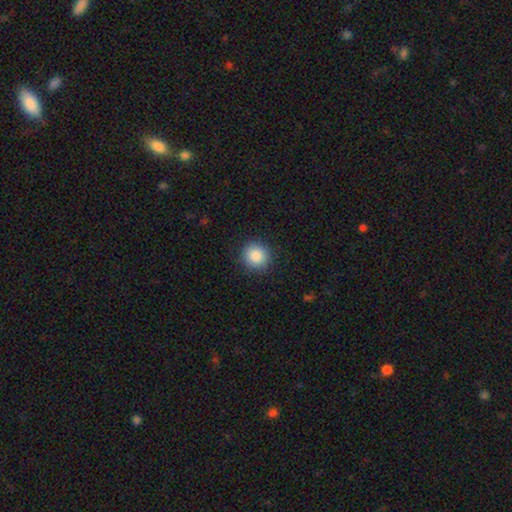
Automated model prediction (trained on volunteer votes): This is clearly a smooth galaxy (87%). How rounded: clearly round (92%). Merging: clearly none (90%).